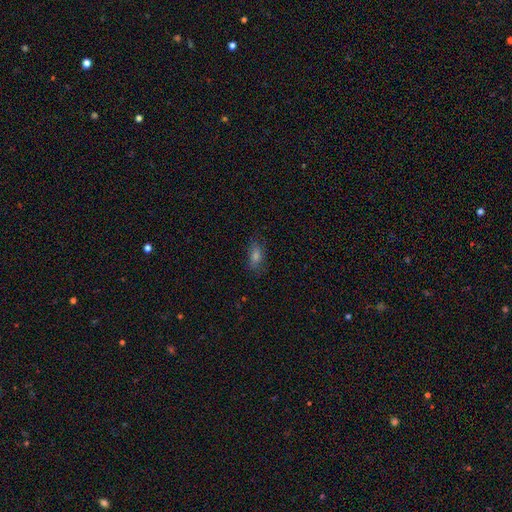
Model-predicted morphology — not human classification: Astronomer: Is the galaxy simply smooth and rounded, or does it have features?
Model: smooth — 64%.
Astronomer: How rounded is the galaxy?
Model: in between — 75%.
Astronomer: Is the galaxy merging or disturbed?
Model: none — 82%.